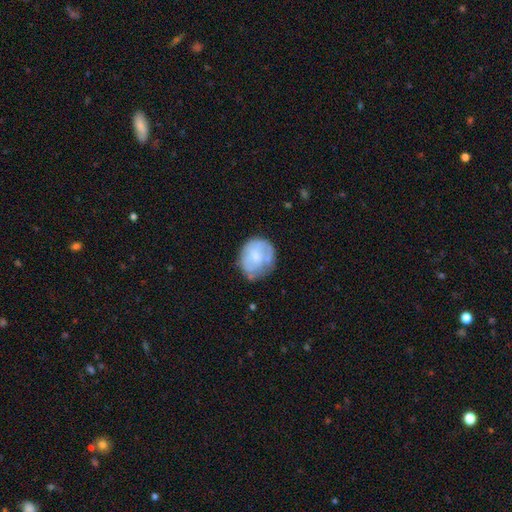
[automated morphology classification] smooth_or_featured: smooth (p=0.54) [alt: featured or disk p=0.39]
how_rounded: round (p=0.62) [alt: in between p=0.37]
merging: none (p=0.54) [alt: minor disturbance p=0.29]